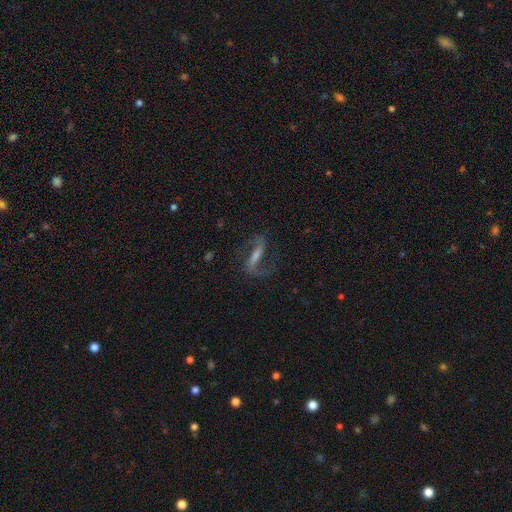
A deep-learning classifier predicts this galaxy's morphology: A featured or disk galaxy (83%) with a strong bar (60%), 2 (90%) loose (56%) spiral arms (95%) and a small central bulge (36%).

Vote fractions:
- Smooth or featured? featured or disk: 83% / smooth: 10% / star or artifact: 8%
- Edge-on disk? no: 89% / yes: 11%
- Bar? strong: 60% / weak: 29% / no: 11%
- Spiral arms? yes: 95% / no: 5%
- Spiral winding? loose: 56% / medium: 36% / tight: 8%
- Spiral arm count? 2: 90% / 1: 4% / can't tell: 3% / 3: 1% / 4: 1% / more than 4: 1%
- Bulge size? small: 36% / moderate: 30% / none: 25% / large: 7% / dominant: 2%
- Merging? none: 74% / minor disturbance: 13% / major disturbance: 12% / merger: 2%